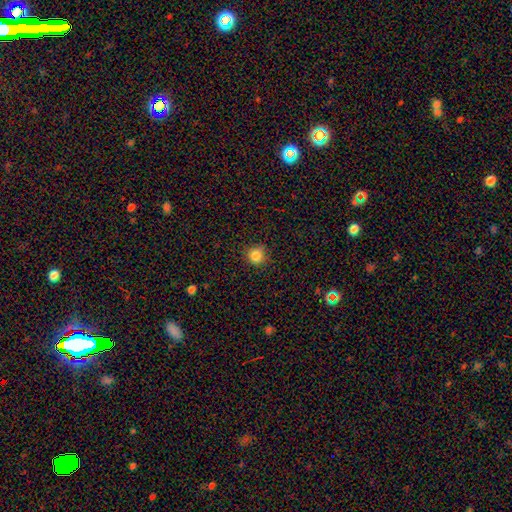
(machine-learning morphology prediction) This is clearly a smooth galaxy (84%). How rounded: clearly round (92%). Merging: clearly none (87%).